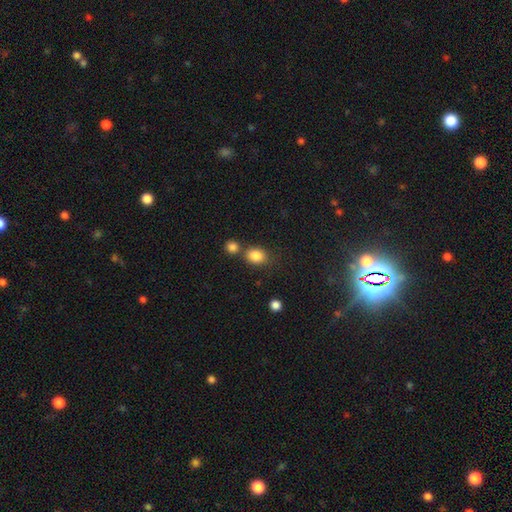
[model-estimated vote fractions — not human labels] The model was most divided on "how rounded": in between: 56%, round: 43%, cigar-shaped: 1%. More confident: smooth or featured — smooth (85%); merging — none (58%).